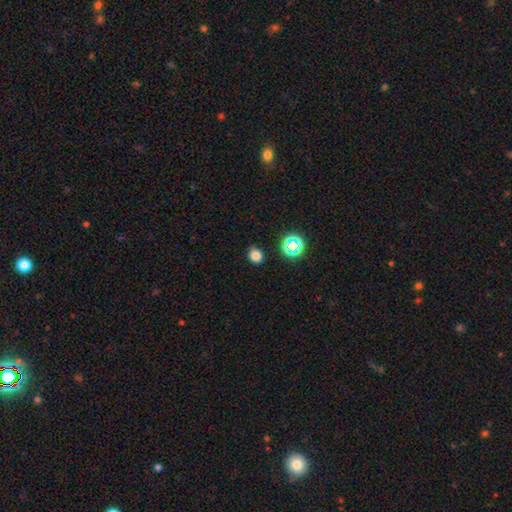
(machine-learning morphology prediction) A smooth galaxy with no disk features (76%) that is round (67%).

Vote fractions:
- Smooth or featured? smooth: 76% / star or artifact: 19% / featured or disk: 5%
- How rounded? round: 67% / in between: 32% / cigar-shaped: 1%
- Merging? none: 84% / minor disturbance: 11% / major disturbance: 3% / merger: 2%